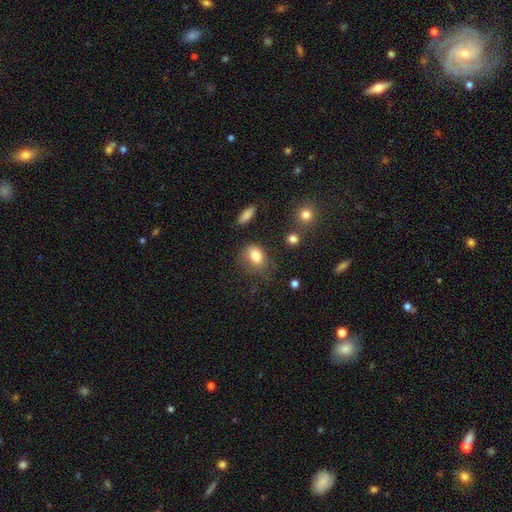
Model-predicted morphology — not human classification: Smooth or featured? Predicted: smooth (p=0.82). How rounded? Predicted: in between (p=0.64). Merging? Predicted: none (p=0.53).